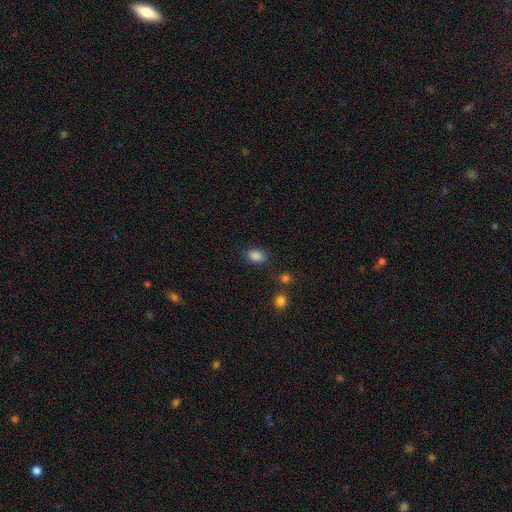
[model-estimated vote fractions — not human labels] Smooth or featured?
  - smooth: 86% *
  - star or artifact: 10%
  - featured or disk: 4%
How rounded?
  - in between: 77% *
  - round: 22%
  - cigar-shaped: 1%
Merging?
  - none: 77% *
  - minor disturbance: 15%
  - major disturbance: 4%
  - merger: 4%